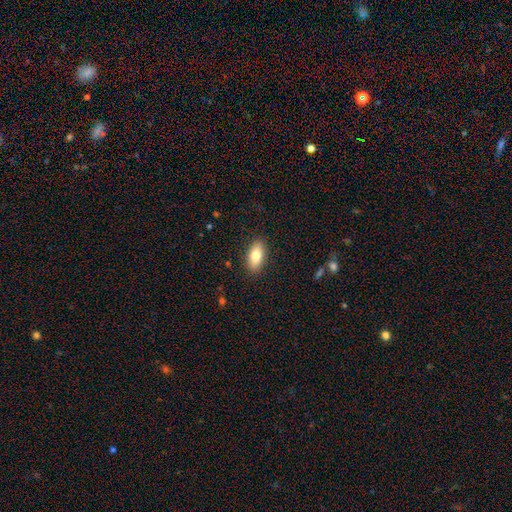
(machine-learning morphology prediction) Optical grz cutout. It shows a smooth galaxy with no disk features (79%) that is in between round and cigar-shaped (89%). Merging: none (88%).